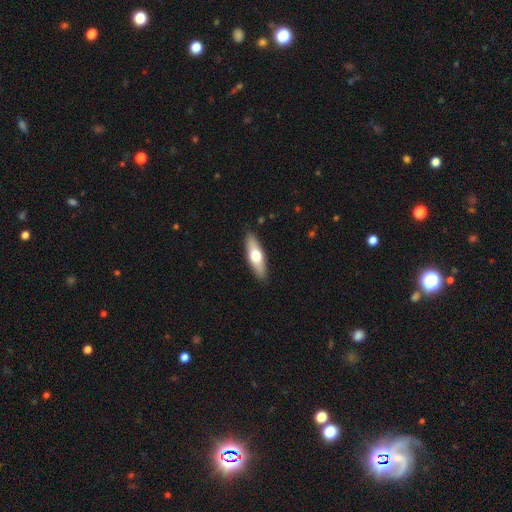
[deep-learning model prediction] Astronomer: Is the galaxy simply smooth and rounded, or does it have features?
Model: smooth — 56% (runner-up: featured or disk, 39%).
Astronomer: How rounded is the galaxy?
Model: cigar-shaped — 50% (runner-up: in between, 48%).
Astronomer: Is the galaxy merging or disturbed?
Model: none — 89%.